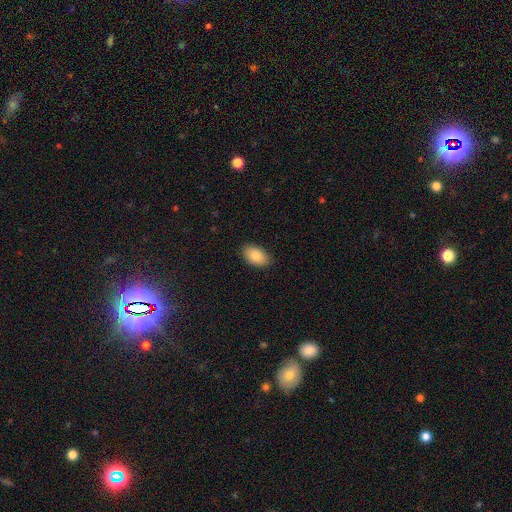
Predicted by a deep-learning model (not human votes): Smooth or featured? Predicted: smooth (p=0.83). How rounded? Predicted: in between (p=0.93). Merging? Predicted: none (p=0.88).